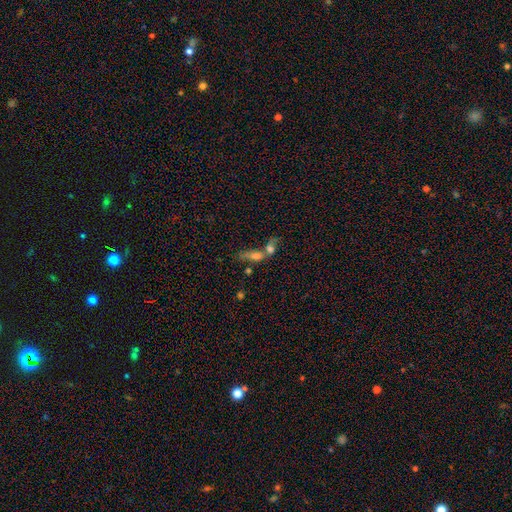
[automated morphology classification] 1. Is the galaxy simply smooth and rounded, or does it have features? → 54% smooth, 29% featured or disk, 17% star or artifact.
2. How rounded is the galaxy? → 54% in between, 31% cigar-shaped, 15% round.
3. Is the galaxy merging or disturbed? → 64% merger, 18% none, 10% major disturbance, 7% minor disturbance.